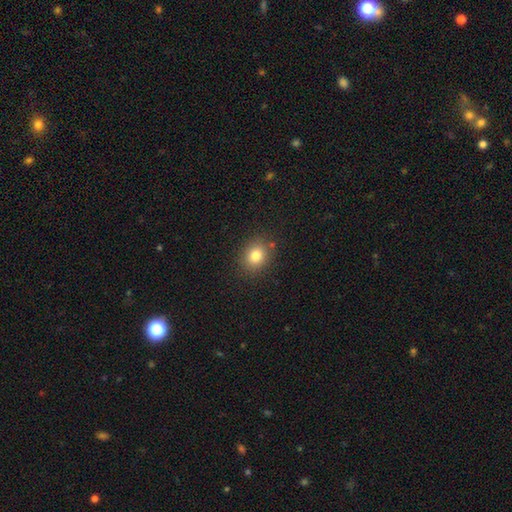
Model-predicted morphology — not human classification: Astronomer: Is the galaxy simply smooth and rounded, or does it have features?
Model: smooth — 81%.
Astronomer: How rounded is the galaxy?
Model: round — 59% (runner-up: in between, 40%).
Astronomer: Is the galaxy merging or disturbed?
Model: none — 85%.